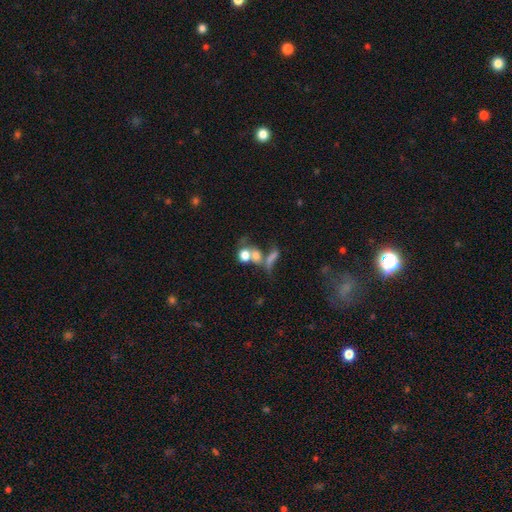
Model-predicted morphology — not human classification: Smooth or featured?
  - smooth: 64% *
  - featured or disk: 20%
  - star or artifact: 16%
How rounded?
  - round: 55% *
  - in between: 37%
  - cigar-shaped: 8%
Merging?
  - merger: 49% *
  - none: 27%
  - major disturbance: 14%
  - minor disturbance: 9%